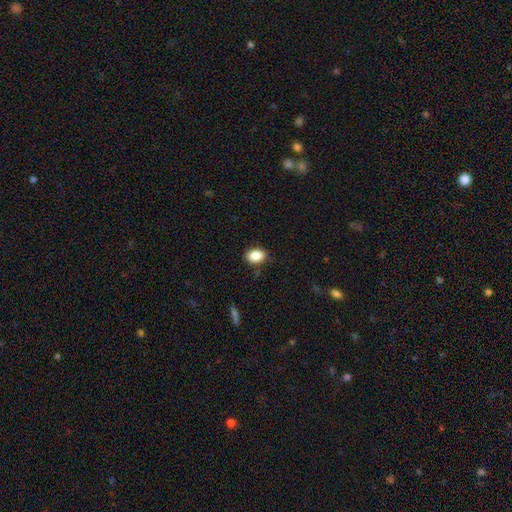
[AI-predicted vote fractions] The model was most divided on "how rounded": in between: 79%, round: 20%, cigar-shaped: 1%. More confident: smooth or featured — smooth (87%); merging — none (84%).